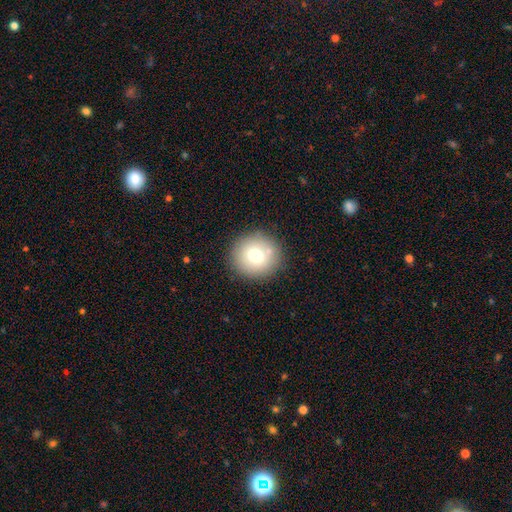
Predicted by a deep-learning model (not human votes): Smooth or featured? Predicted: smooth (p=0.71). How rounded? Predicted: round (p=0.92). Merging? Predicted: none (p=0.85).